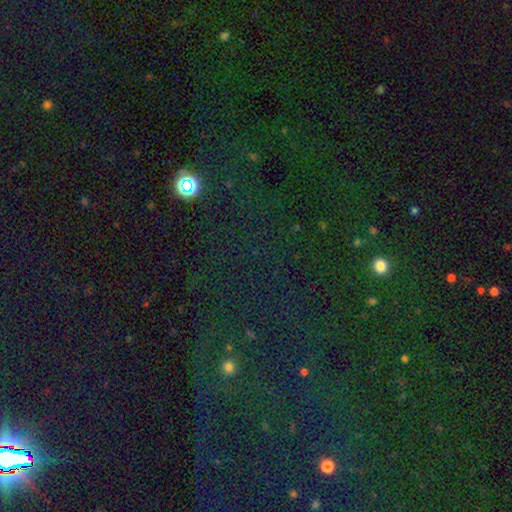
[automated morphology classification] type=star or artifact (77%).